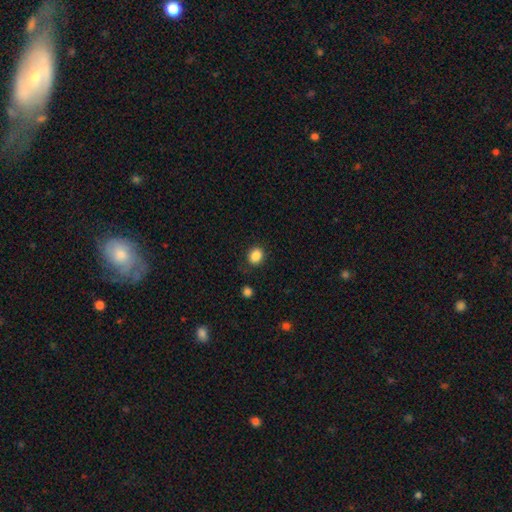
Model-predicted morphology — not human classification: This is clearly a smooth galaxy (86%). How rounded: possibly round (57%). Merging: clearly none (84%).